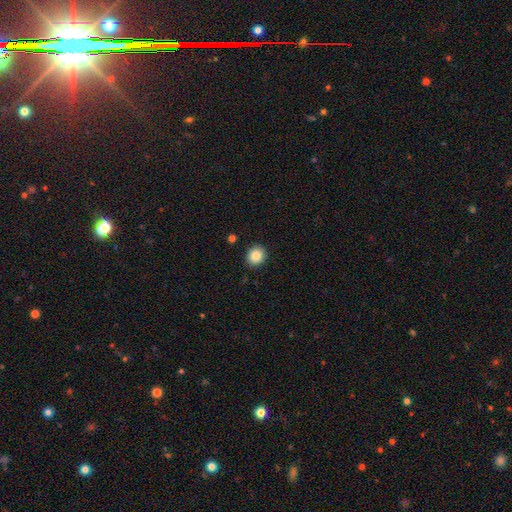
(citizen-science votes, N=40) Volunteers were most divided on "how rounded": round: 76%, in between: 24%, cigar-shaped: 0%. More confident: merging — none (86%); smooth or featured — smooth (85%).